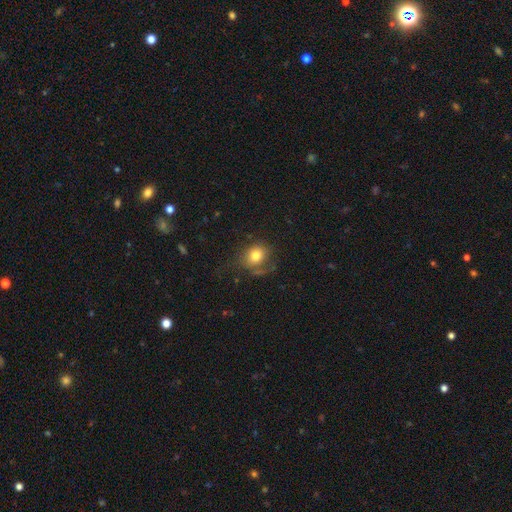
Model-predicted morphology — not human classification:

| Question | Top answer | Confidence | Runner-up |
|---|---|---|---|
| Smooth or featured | smooth | 76% | featured or disk (14%) |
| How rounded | round | 61% | in between (38%) |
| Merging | none | 57% | minor disturbance (22%) |